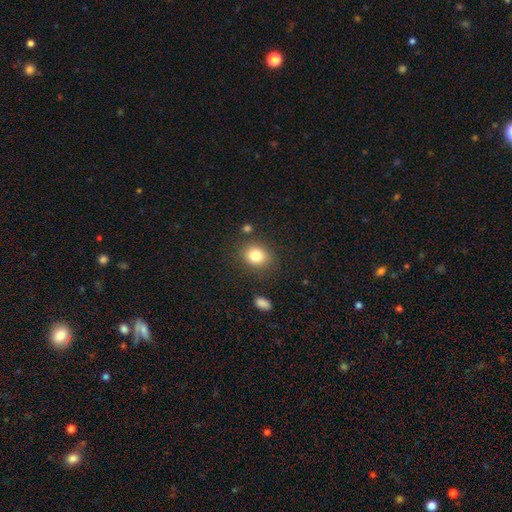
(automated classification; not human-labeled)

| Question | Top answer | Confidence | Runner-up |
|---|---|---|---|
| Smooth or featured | smooth | 82% | star or artifact (10%) |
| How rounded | round | 59% | in between (40%) |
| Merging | none | 79% | minor disturbance (12%) |